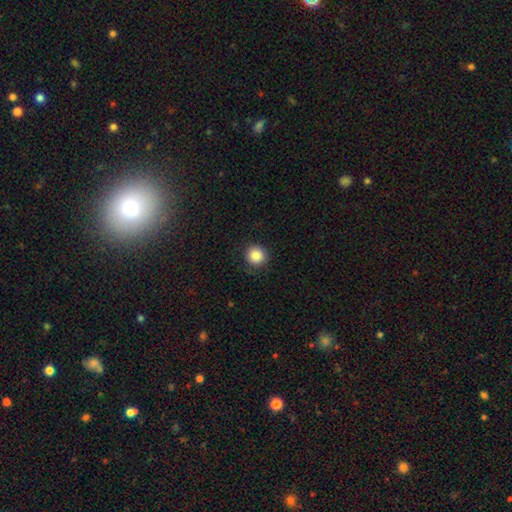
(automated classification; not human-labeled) Smooth or featured: smooth — 87% (star or artifact — 10%)
How rounded: round — 93% (in between — 6%)
Merging: none — 88% (minor disturbance — 8%)